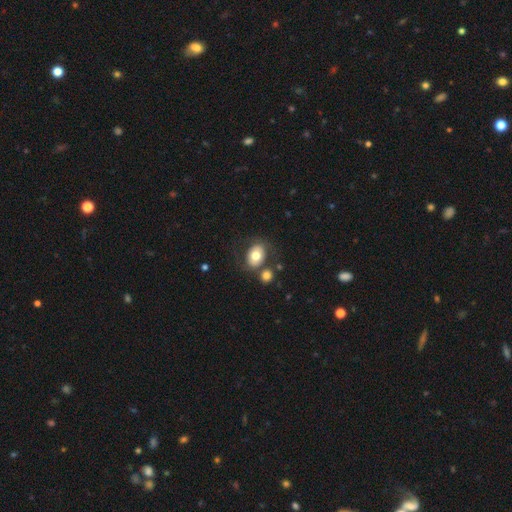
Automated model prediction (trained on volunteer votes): Smooth or featured? Predicted: smooth (p=0.72). How rounded? Predicted: in between (p=0.65). Merging? Predicted: none (p=0.65).